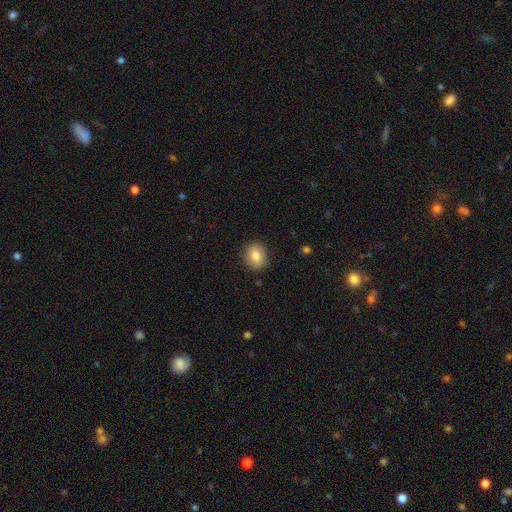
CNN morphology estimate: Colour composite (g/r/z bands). It shows a smooth galaxy with no disk features (81%) that is round (59%). Merging: none (88%).